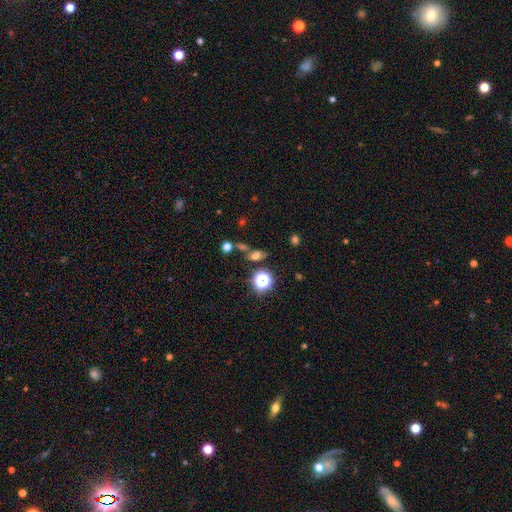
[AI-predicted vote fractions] Morphology: type=smooth (59%); roundness=in between (62%); merging=none (60%).